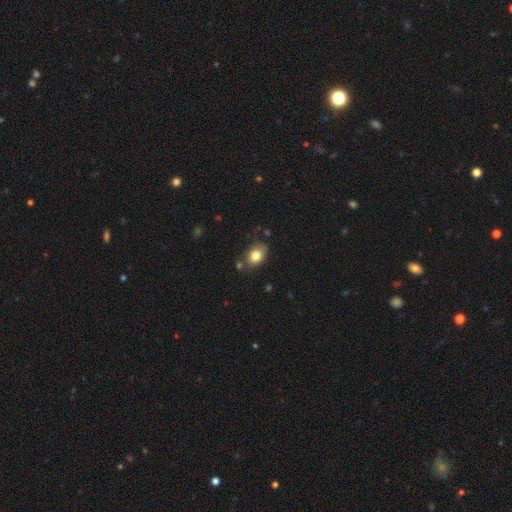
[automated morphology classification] Smooth or featured: smooth — 80% (featured or disk — 11%)
How rounded: in between — 73% (round — 26%)
Merging: none — 72% (minor disturbance — 18%)